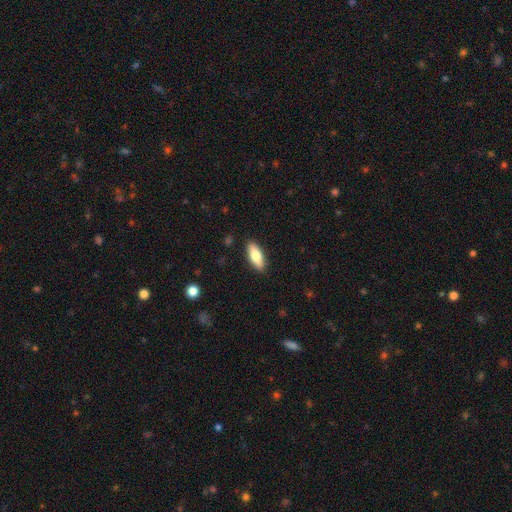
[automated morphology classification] smooth_or_featured: smooth (p=0.75) [alt: featured or disk p=0.19]
how_rounded: in between (p=0.76) [alt: cigar-shaped p=0.22]
merging: none (p=0.88) [alt: minor disturbance p=0.09]